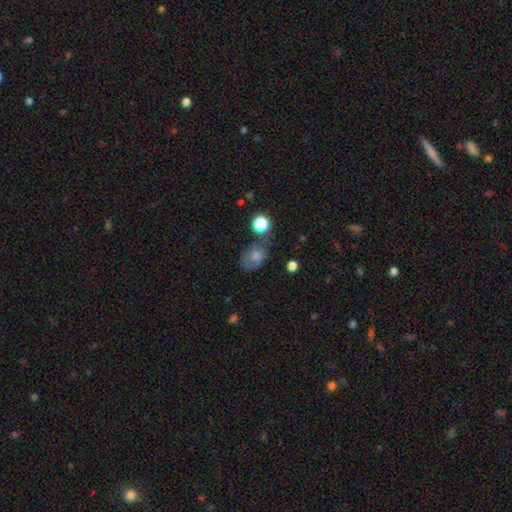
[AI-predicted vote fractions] A smooth galaxy with no disk features (68%) that is in between round and cigar-shaped (69%). Merging: none (46%).